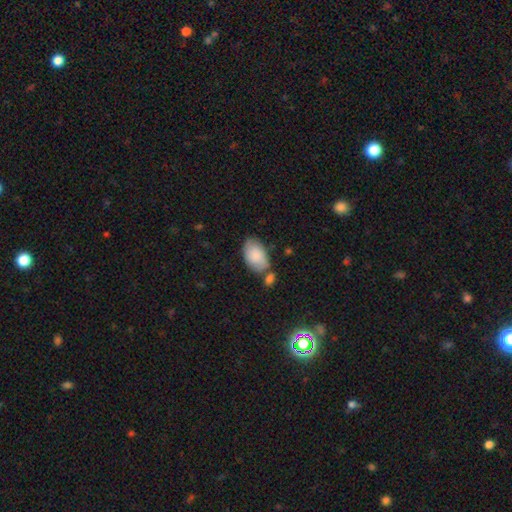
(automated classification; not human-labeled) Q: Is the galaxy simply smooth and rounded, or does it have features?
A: smooth — 80%.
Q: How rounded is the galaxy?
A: in between — 92%.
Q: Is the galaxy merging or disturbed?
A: none — 57%.